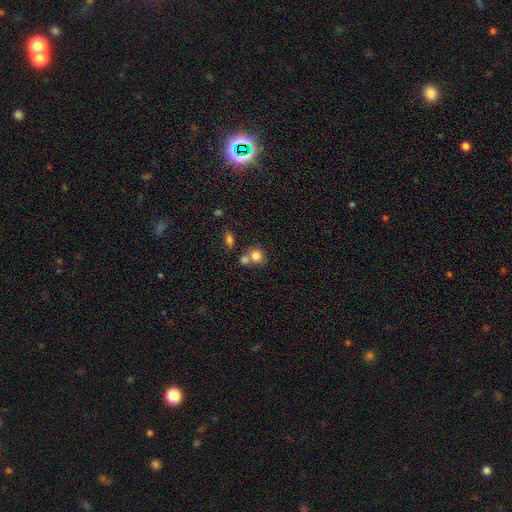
Overall: smooth (85%). How rounded: round (76%). Merging: none (54%; merger 34%).